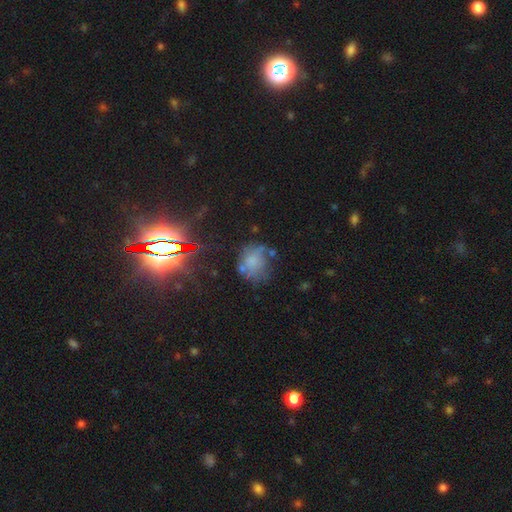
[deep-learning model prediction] smooth-or-featured: smooth: 53% | star or artifact: 26% | featured or disk: 21%
  how-rounded: round: 64% | in between: 35% | cigar-shaped: 1%
  merging: none: 52% | minor disturbance: 24% | major disturbance: 15% | merger: 8%